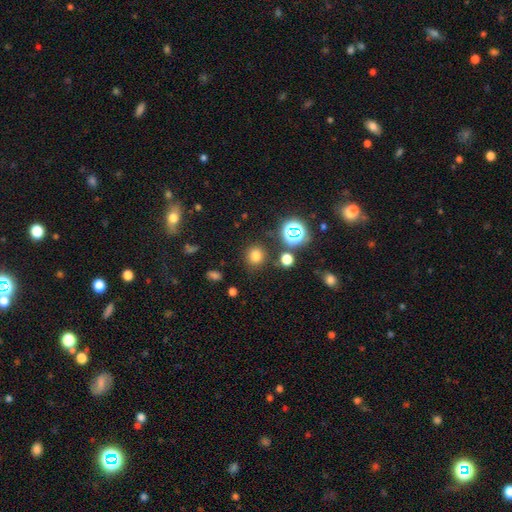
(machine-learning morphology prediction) Smooth or featured? Predicted: smooth (p=0.72). How rounded? Predicted: round (p=0.84). Merging? Predicted: none (p=0.83).